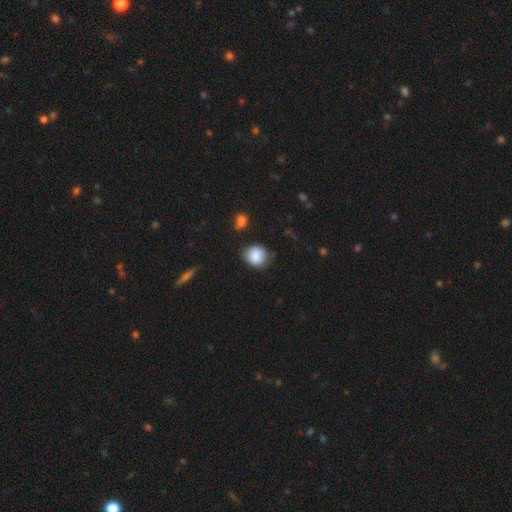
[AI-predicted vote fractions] A smooth galaxy with no disk features (84%) that is round (73%).

Vote fractions:
- Smooth or featured? smooth: 84% / star or artifact: 8% / featured or disk: 8%
- How rounded? round: 73% / in between: 26% / cigar-shaped: 1%
- Merging? none: 69% / minor disturbance: 22% / major disturbance: 5% / merger: 4%